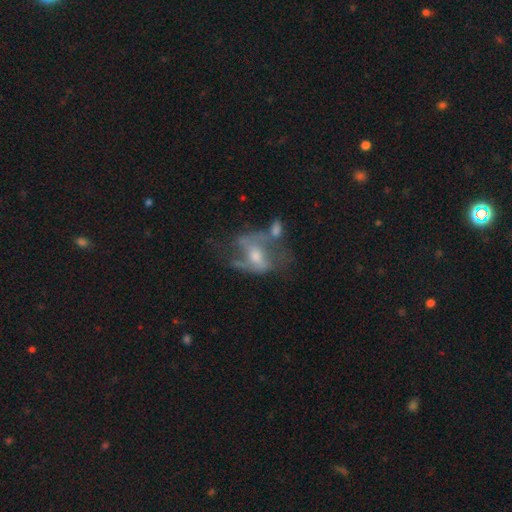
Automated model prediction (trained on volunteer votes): Smooth or featured? featured or disk (69%)
Edge-on disk? no (94%)
Bar? no (44%)
Spiral arms? yes (59%)
Bulge size? moderate (55%)
Merging? none (31%)